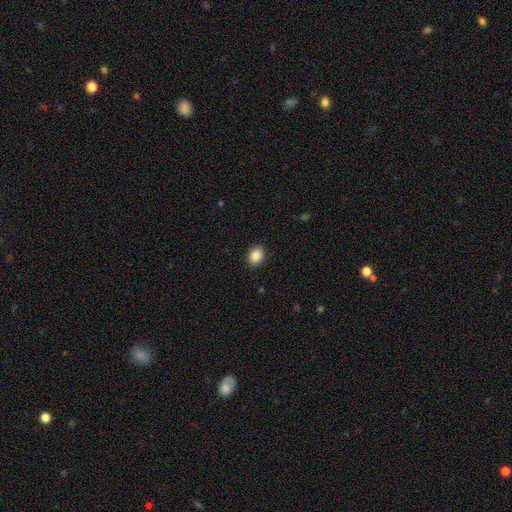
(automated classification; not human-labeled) This appears to be a smooth galaxy with no disk features (88%) that is in between round and cigar-shaped (68%). Merging: none (89%).